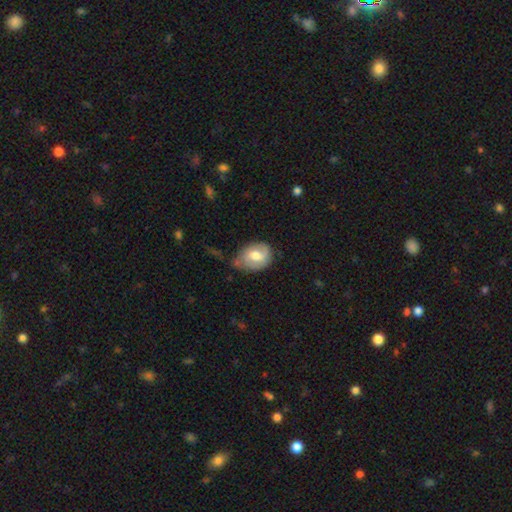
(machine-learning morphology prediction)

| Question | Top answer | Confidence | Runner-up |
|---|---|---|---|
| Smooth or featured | featured or disk | 48% | smooth (46%) |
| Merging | none | 52% | minor disturbance (33%) |